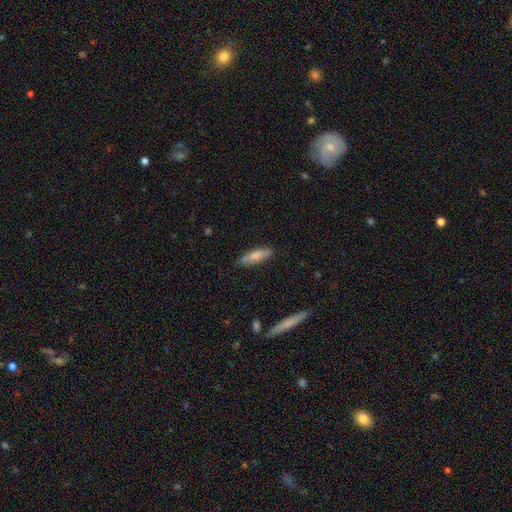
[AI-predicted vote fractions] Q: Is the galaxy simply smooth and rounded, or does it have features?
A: smooth — 77%.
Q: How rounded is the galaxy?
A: cigar-shaped — 61%.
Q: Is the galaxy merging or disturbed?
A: none — 80%.